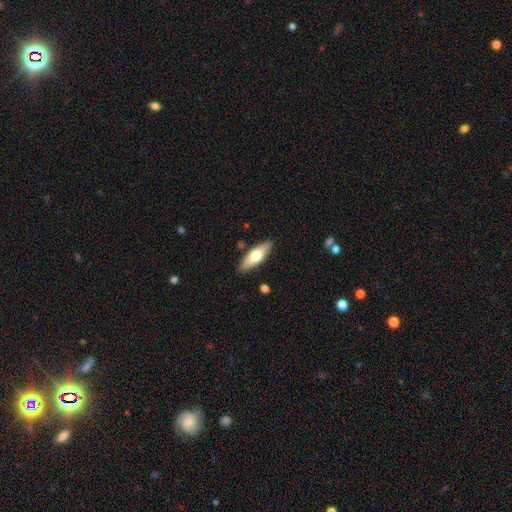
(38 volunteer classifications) Smooth or featured?
  - smooth: 61% *
  - featured or disk: 32%
  - star or artifact: 8%
How rounded?
  - in between: 48% *
  - cigar-shaped: 43%
  - round: 9%
Merging?
  - none: 86% *
  - minor disturbance: 9%
  - major disturbance: 3%
  - merger: 3%